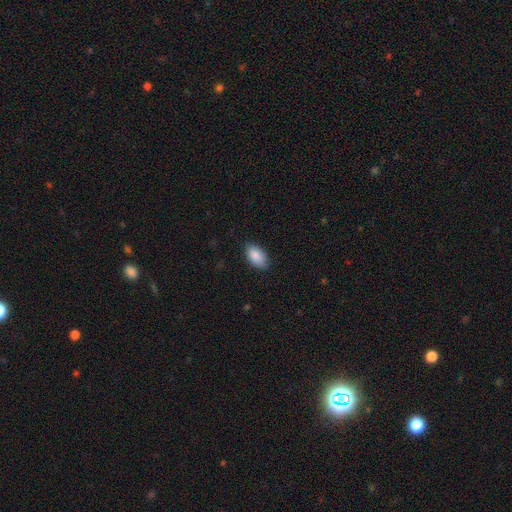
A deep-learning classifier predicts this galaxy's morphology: This is clearly a smooth galaxy (88%). How rounded: clearly in between (94%). Merging: clearly none (84%).